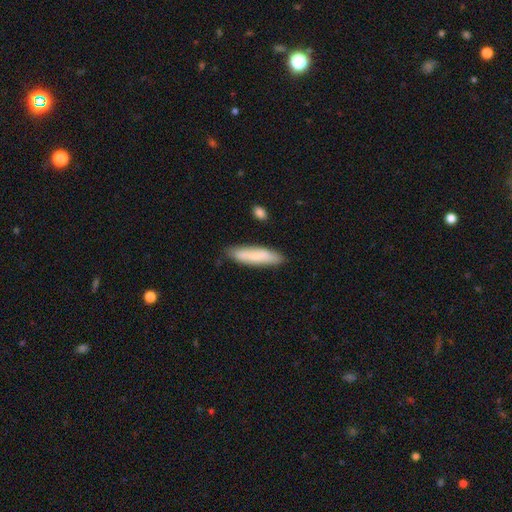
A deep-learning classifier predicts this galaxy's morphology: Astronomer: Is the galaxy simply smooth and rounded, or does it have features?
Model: smooth — 76%.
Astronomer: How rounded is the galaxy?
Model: cigar-shaped — 75%.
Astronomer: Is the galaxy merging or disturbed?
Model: none — 84%.